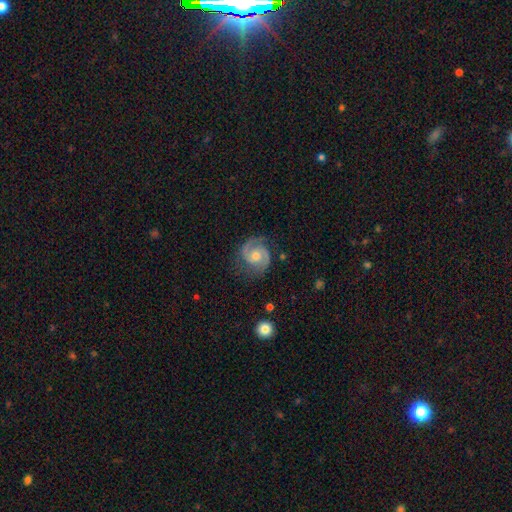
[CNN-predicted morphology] The model was most divided on "spiral winding": medium: 51%, tight: 38%, loose: 11%. More confident: edge-on disk — no (98%); spiral arms — yes (98%); spiral arm count — 2 (91%); smooth or featured — featured or disk (88%); merging — none (78%); bar — no (65%); bulge size — moderate (59%).